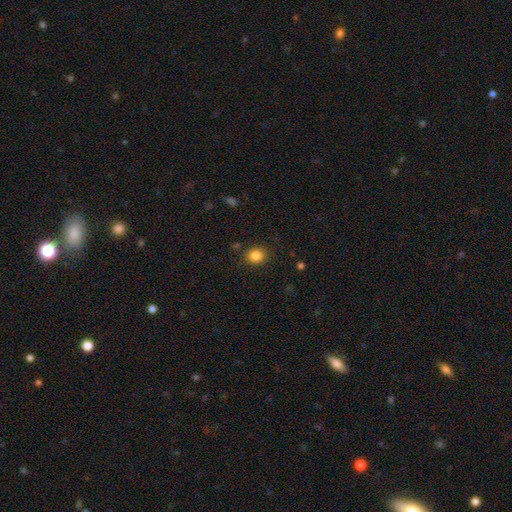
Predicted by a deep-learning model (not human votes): This appears to be a smooth galaxy with no disk features (85%) that is round (72%). Merging: none (86%).